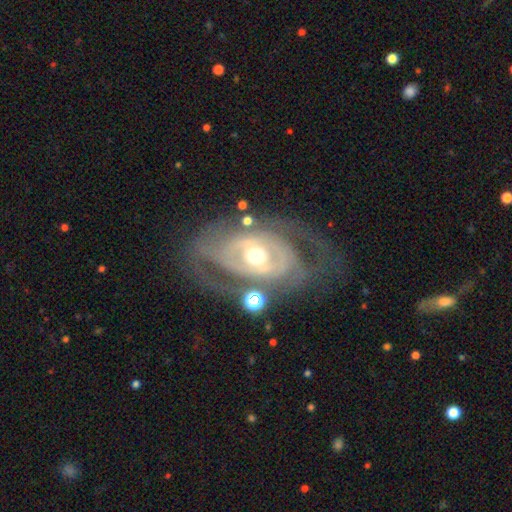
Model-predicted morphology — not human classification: Smooth or featured? featured or disk (84%)
Edge-on disk? no (95%)
Bar? no (60%)
Spiral arms? yes (69%)
Spiral winding? tight (59%)
Spiral arm count? 2 (41%)
Bulge size? moderate (74%)
Merging? none (63%)